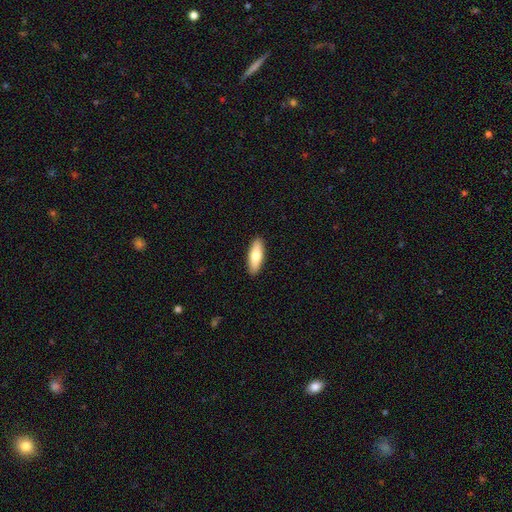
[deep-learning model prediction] Smooth or featured: smooth — 73% (featured or disk — 22%)
How rounded: in between — 59% (cigar-shaped — 39%)
Merging: none — 91% (minor disturbance — 7%)